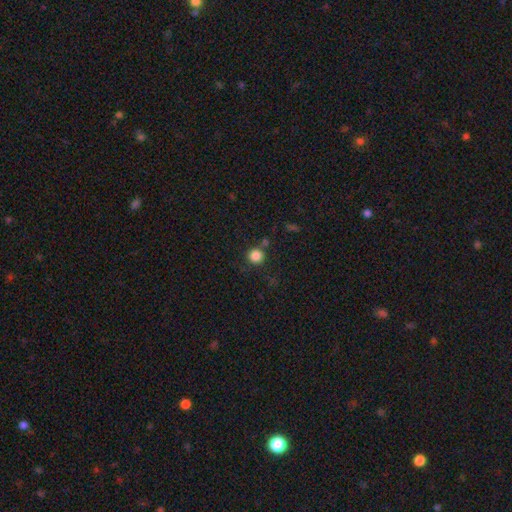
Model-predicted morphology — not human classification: Smooth or featured? Predicted: smooth (p=0.85). How rounded? Predicted: round (p=0.93). Merging? Predicted: none (p=0.80).